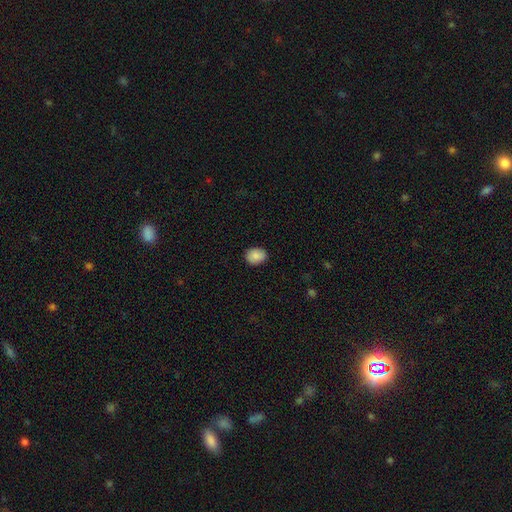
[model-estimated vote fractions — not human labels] smooth 86%, star or artifact 8%, featured or disk 7%. Down the decision tree: how rounded — in between (53%); merging — none (86%).